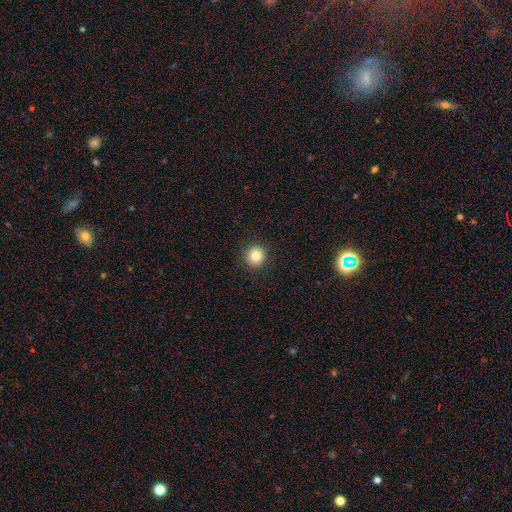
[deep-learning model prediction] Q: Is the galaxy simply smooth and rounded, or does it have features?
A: smooth — 84%.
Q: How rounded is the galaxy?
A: round — 93%.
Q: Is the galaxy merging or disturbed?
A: none — 91%.